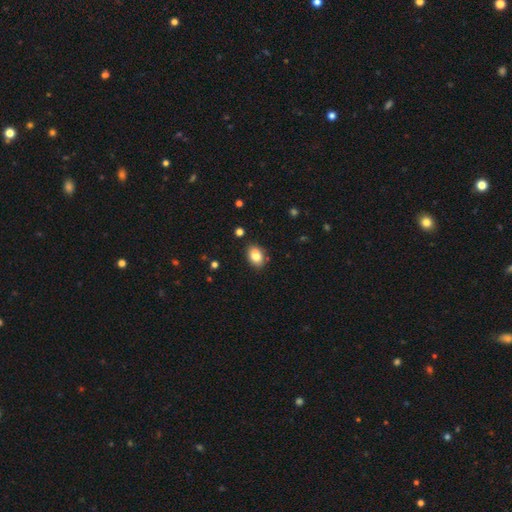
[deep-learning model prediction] Smooth or featured? smooth (84%)
How rounded? in between (82%)
Merging? none (81%)